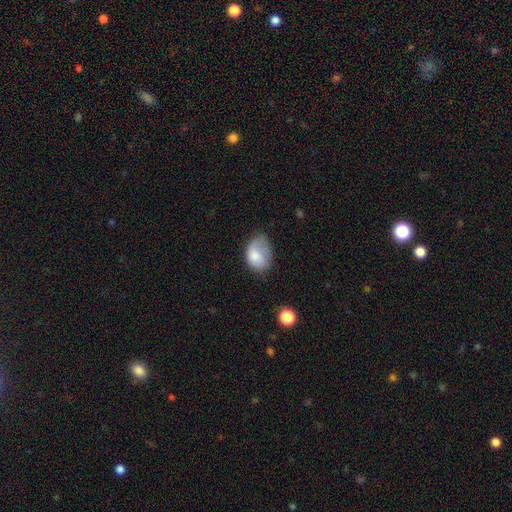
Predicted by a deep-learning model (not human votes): smooth 76%, featured or disk 17%, star or artifact 8%. Down the decision tree: how rounded — in between (78%); merging — minor disturbance (38%).